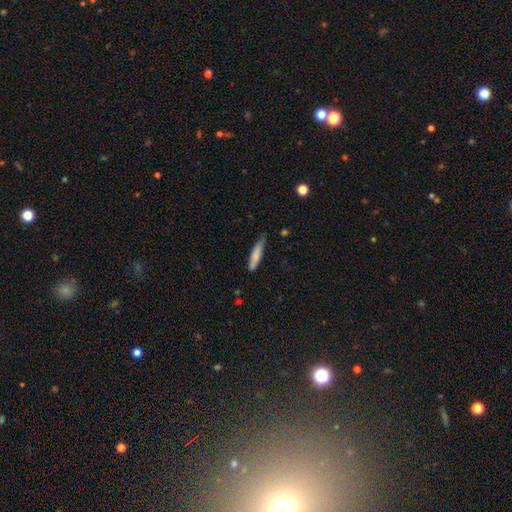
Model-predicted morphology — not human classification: Smooth or featured? smooth (78%)
How rounded? cigar-shaped (82%)
Merging? none (62%)